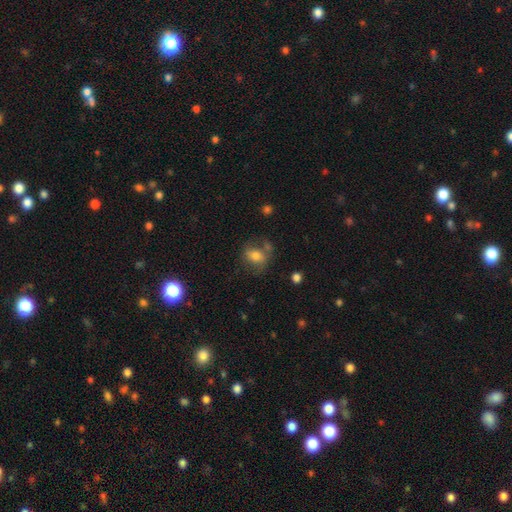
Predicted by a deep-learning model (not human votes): smooth_or_featured: smooth (p=0.64) [alt: featured or disk p=0.25]
how_rounded: in between (p=0.51) [alt: round p=0.47]
merging: none (p=0.52) [alt: minor disturbance p=0.22]